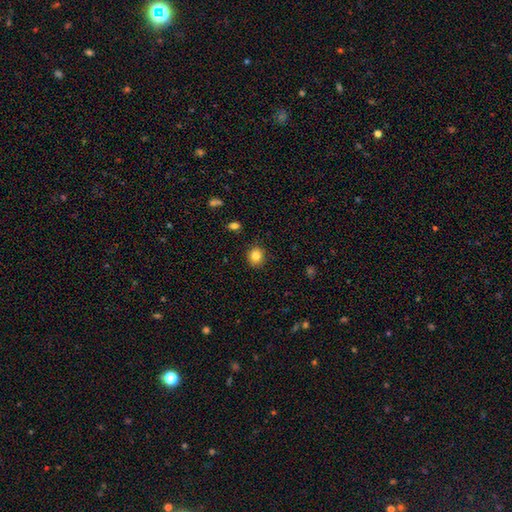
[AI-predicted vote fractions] smooth 83%, star or artifact 10%, featured or disk 6%. Down the decision tree: how rounded — round (80%); merging — none (88%).